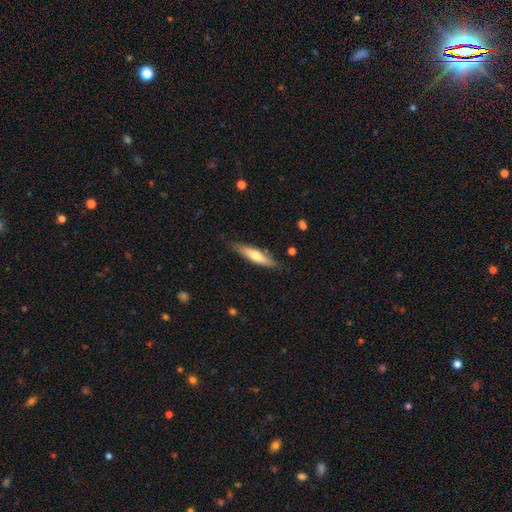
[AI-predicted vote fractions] A smooth galaxy with no disk features (59%) that is cigar-shaped (74%). Merging: none (81%).